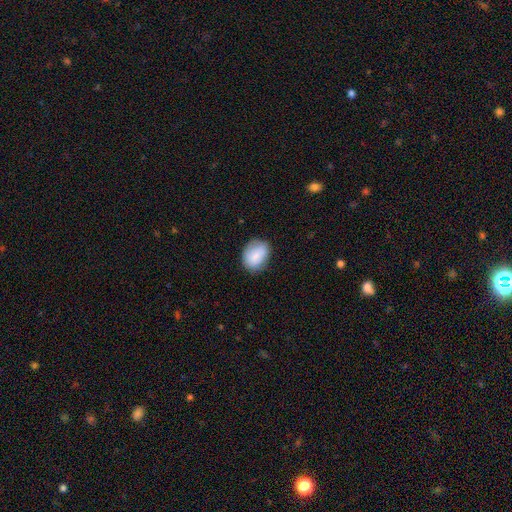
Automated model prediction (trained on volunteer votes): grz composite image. It shows a smooth galaxy with no disk features (84%) that is in between round and cigar-shaped (69%). Merging: none (75%).